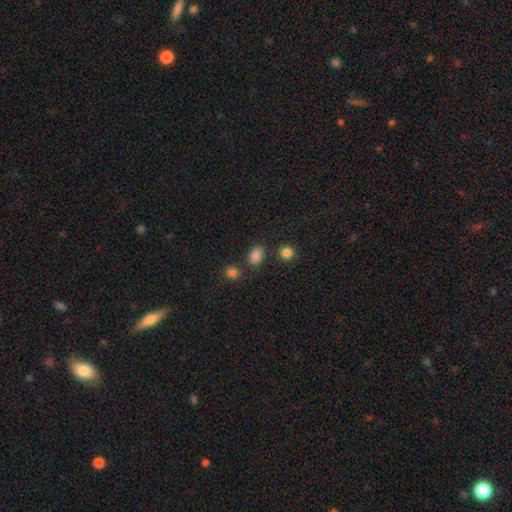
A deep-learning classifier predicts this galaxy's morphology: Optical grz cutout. It shows a smooth galaxy with no disk features (82%) that is in between round and cigar-shaped (67%). Merging: none (72%).